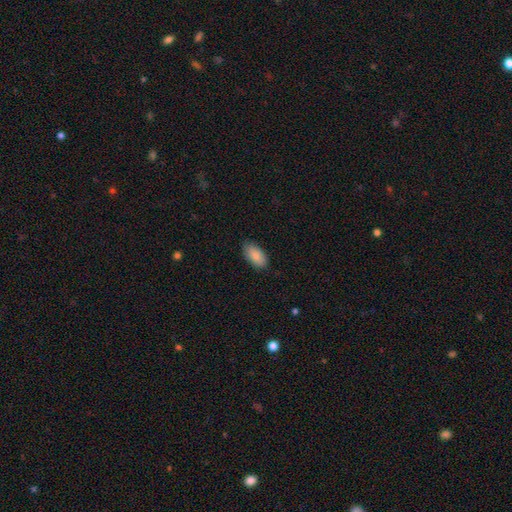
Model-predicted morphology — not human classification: smooth-or-featured: smooth: 87% | star or artifact: 6% | featured or disk: 6%
  how-rounded: in between: 94% | cigar-shaped: 3% | round: 3%
  merging: none: 82% | minor disturbance: 14% | major disturbance: 3% | merger: 1%